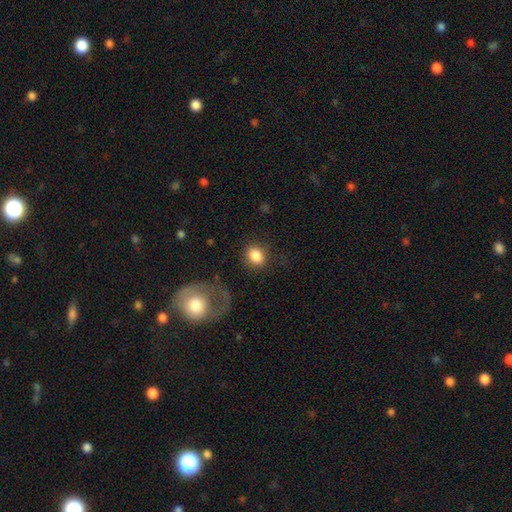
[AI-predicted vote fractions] This is clearly a smooth galaxy (85%). How rounded: possibly round (50%). Merging: likely none (78%).